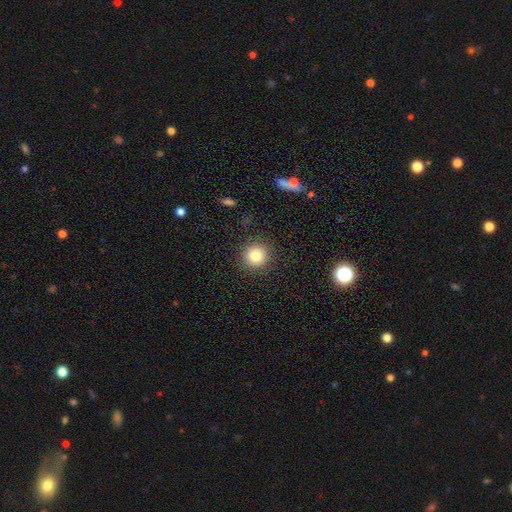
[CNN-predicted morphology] smooth_or_featured: smooth (p=0.82) [alt: star or artifact p=0.11]
how_rounded: round (p=0.92) [alt: in between p=0.07]
merging: none (p=0.89) [alt: minor disturbance p=0.07]